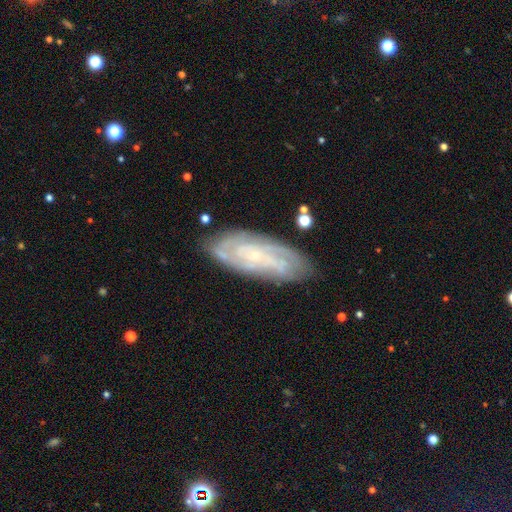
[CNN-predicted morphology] The model was most divided on "spiral arm count": can't tell: 41%, 3: 17%, 4: 16%, 2: 15%, more than 4: 6%, 1: 5%. More confident: spiral arms — yes (92%); edge-on disk — no (90%); bulge size — small (81%); smooth or featured — featured or disk (78%); merging — none (78%); bar — no (71%); spiral winding — tight (69%).